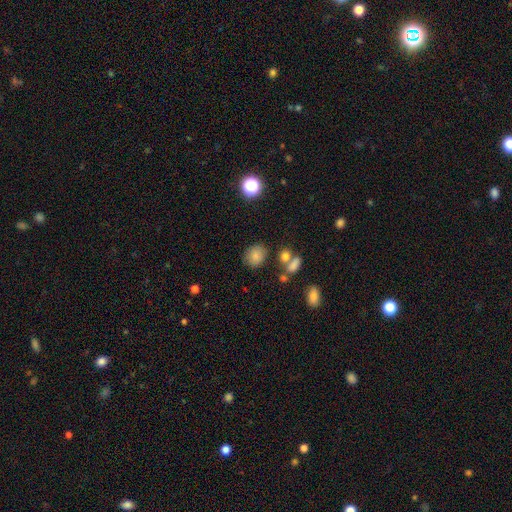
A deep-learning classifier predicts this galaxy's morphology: A smooth galaxy with no disk features (80%) that is round (65%). Merging: none (76%).